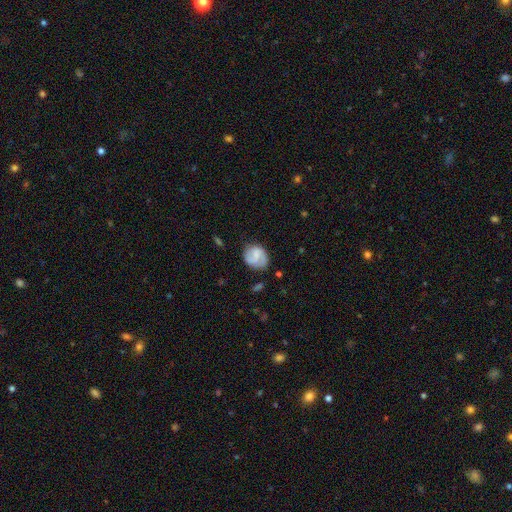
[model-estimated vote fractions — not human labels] smooth-or-featured: featured or disk: 53% | smooth: 39% | star or artifact: 7%
  disk-edge-on: no: 97% | yes: 3%
    bar: weak: 49% | no: 34% | strong: 17%
    has-spiral-arms: yes: 86% | no: 14%
    bulge-size: small: 39% | none: 35% | moderate: 22% | large: 3% | dominant: 1%
  merging: none: 68% | minor disturbance: 22% | major disturbance: 7% | merger: 2%